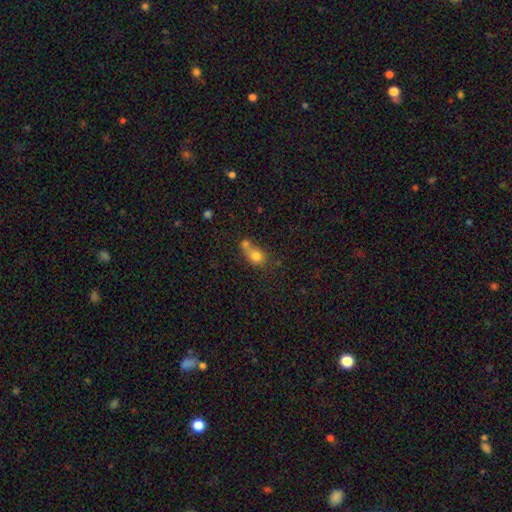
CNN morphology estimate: Smooth or featured: smooth — 76% (featured or disk — 13%)
How rounded: round — 54% (in between — 44%)
Merging: merger — 54% (none — 27%)